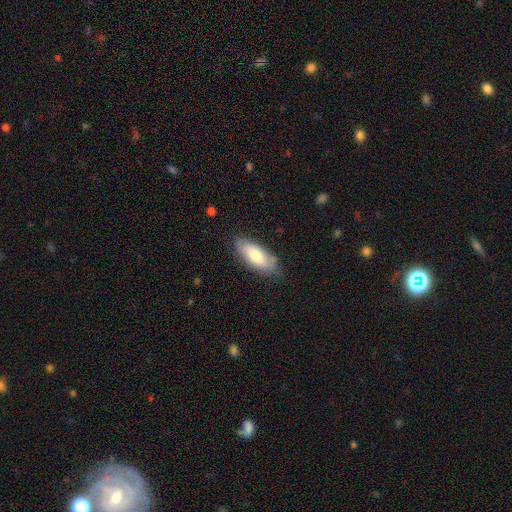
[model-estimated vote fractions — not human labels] Q: Smooth or featured?
A: smooth (73%); runner-up: featured or disk (21%)
Q: How rounded?
A: in between (75%); runner-up: cigar-shaped (23%)
Q: Merging?
A: none (78%); runner-up: minor disturbance (17%)